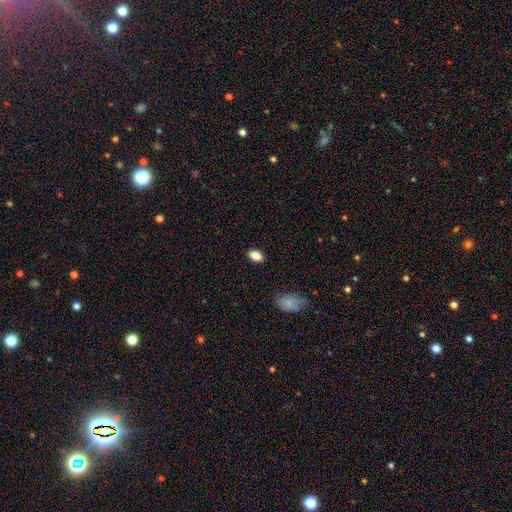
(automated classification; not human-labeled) smooth_or_featured: smooth (p=0.86) [alt: star or artifact p=0.09]
how_rounded: in between (p=0.82) [alt: round p=0.16]
merging: none (p=0.88) [alt: minor disturbance p=0.09]